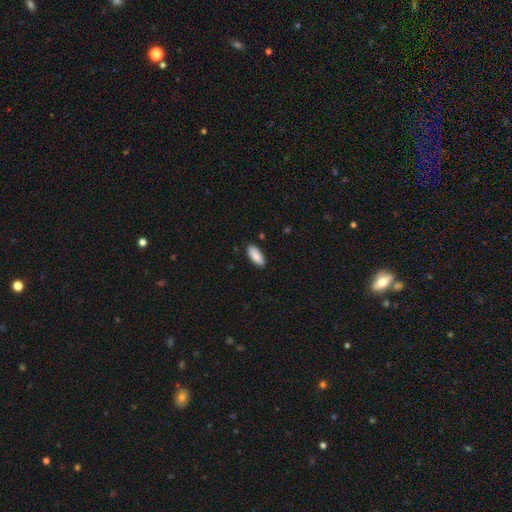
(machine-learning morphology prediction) Smooth or featured? Predicted: smooth (p=0.88). How rounded? Predicted: in between (p=0.85). Merging? Predicted: none (p=0.87).